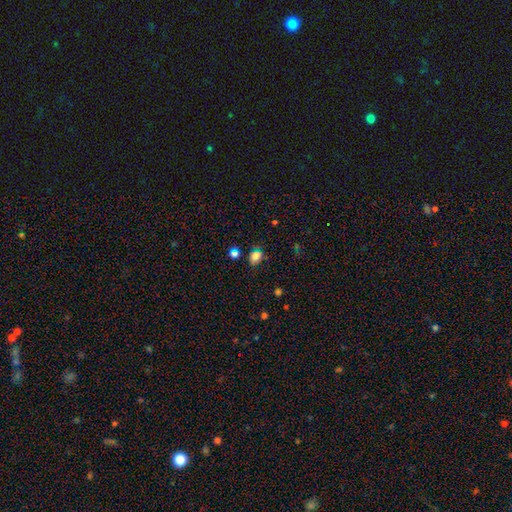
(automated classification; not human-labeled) Smooth or featured? smooth (74%)
How rounded? in between (72%)
Merging? none (70%)